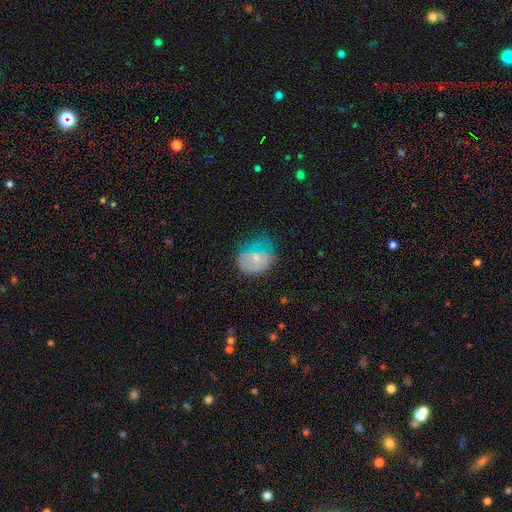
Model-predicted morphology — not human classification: smooth-or-featured: smooth: 47% | featured or disk: 39% | star or artifact: 14%
  merging: none: 44% | minor disturbance: 31% | major disturbance: 21% | merger: 4%